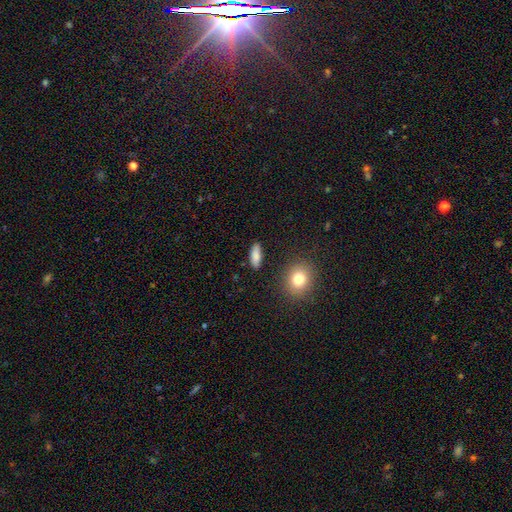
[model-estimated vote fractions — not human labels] Smooth or featured? smooth (84%)
How rounded? in between (65%)
Merging? none (87%)